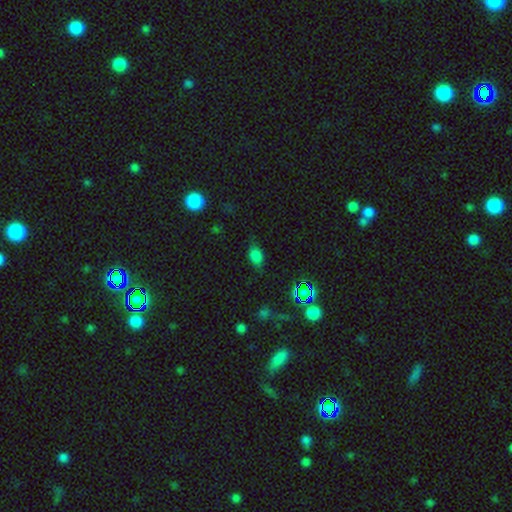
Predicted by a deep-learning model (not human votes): smooth_or_featured: smooth (p=0.73) [alt: star or artifact p=0.19]
how_rounded: in between (p=0.83) [alt: round p=0.14]
merging: none (p=0.67) [alt: minor disturbance p=0.24]